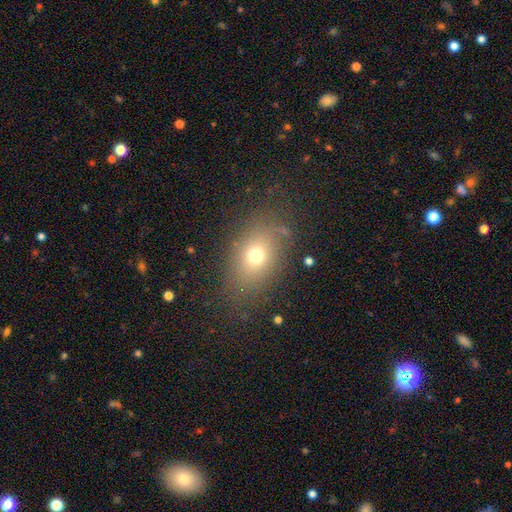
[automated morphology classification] smooth_or_featured: smooth (p=0.68) [alt: star or artifact p=0.16]
how_rounded: in between (p=0.71) [alt: round p=0.27]
merging: none (p=0.77) [alt: minor disturbance p=0.13]